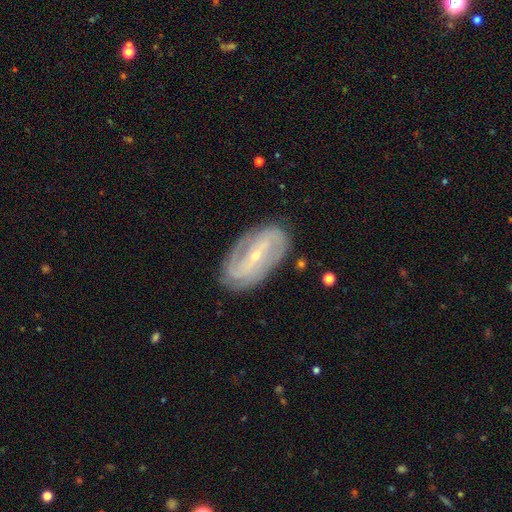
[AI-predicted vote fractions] Smooth or featured? featured or disk (84%)
Edge-on disk? no (94%)
Bar? strong (45%)
Spiral arms? yes (92%)
Spiral winding? tight (45%)
Spiral arm count? 2 (57%)
Bulge size? small (78%)
Merging? none (79%)